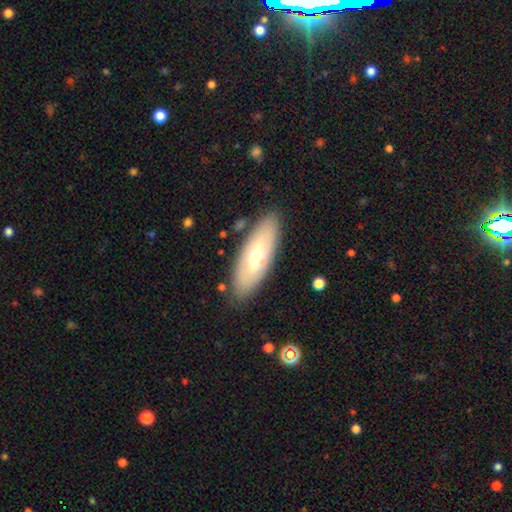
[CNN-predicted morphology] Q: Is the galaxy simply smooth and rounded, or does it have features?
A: smooth — 48%.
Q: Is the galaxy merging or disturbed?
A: none — 85%.